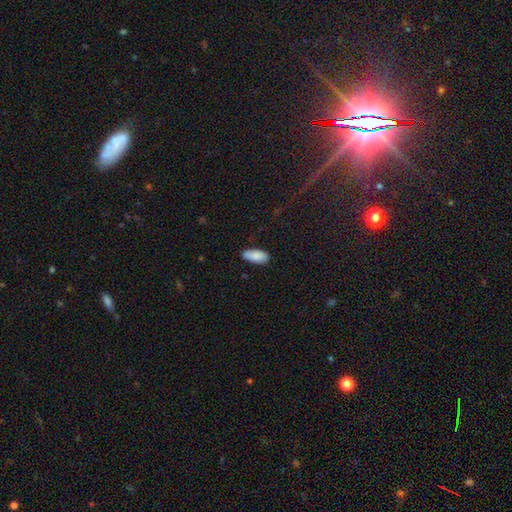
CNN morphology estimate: Smooth or featured: smooth — 88% (featured or disk — 6%)
How rounded: in between — 89% (cigar-shaped — 9%)
Merging: none — 82% (minor disturbance — 15%)